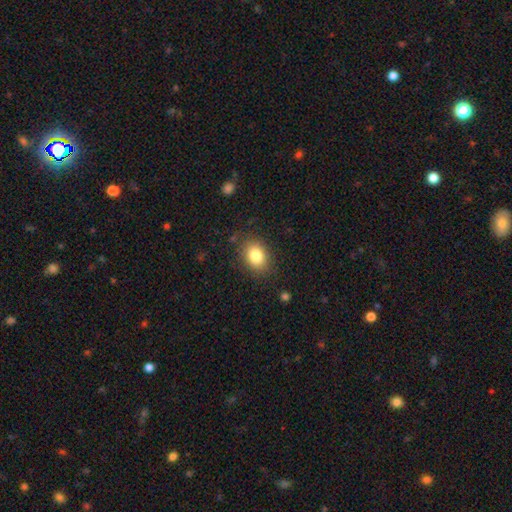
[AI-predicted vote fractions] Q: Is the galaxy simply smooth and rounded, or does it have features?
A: smooth — 82%.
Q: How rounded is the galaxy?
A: in between — 69%.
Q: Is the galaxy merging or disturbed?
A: none — 83%.